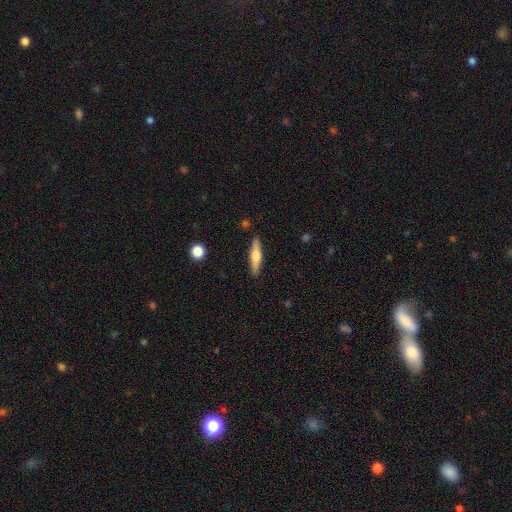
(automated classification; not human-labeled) smooth 47% (tied), featured or disk 47% (tied), star or artifact 6%. Down the decision tree: merging — none (89%).